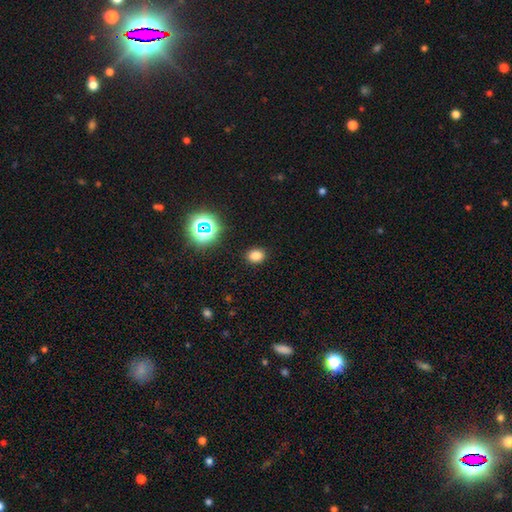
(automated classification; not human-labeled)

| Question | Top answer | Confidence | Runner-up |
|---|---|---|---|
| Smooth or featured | smooth | 77% | star or artifact (17%) |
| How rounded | round | 53% | in between (46%) |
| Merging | none | 89% | minor disturbance (7%) |